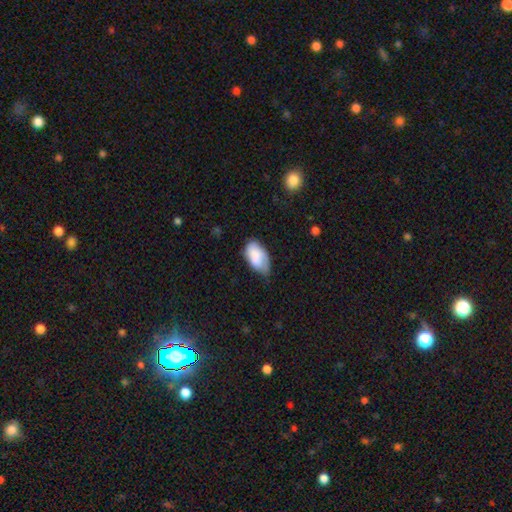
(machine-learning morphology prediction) Smooth or featured? smooth (79%)
How rounded? in between (95%)
Merging? none (45%)